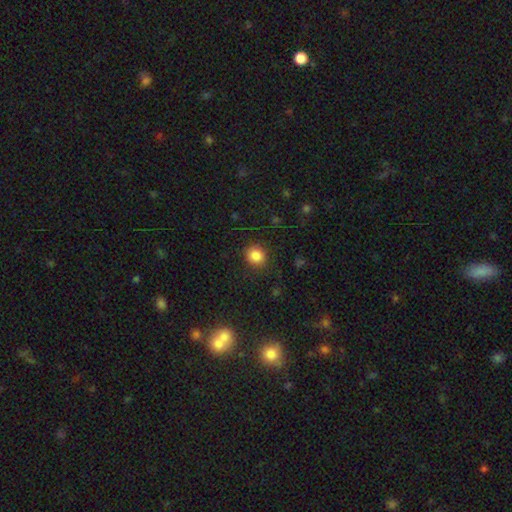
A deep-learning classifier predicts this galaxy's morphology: This appears to be a smooth galaxy with no disk features (85%) that is round (86%). Merging: none (88%).